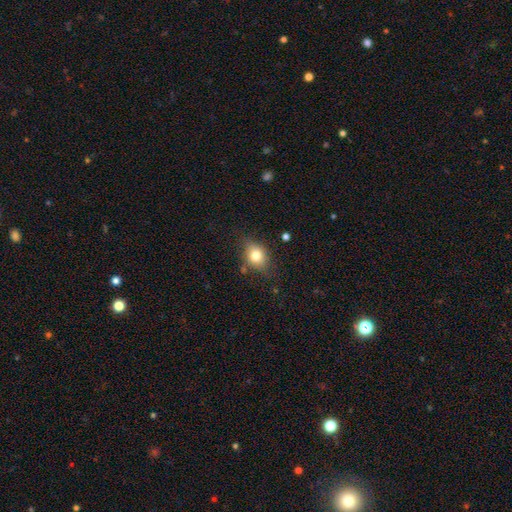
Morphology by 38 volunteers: A smooth galaxy with no disk features (79%) that is in between round and cigar-shaped (57%).

Vote fractions:
- Smooth or featured? smooth: 79% / featured or disk: 13% / star or artifact: 8%
- How rounded? in between: 57% / round: 40% / cigar-shaped: 3%
- Merging? none: 74% / minor disturbance: 14% / major disturbance: 9% / merger: 3%